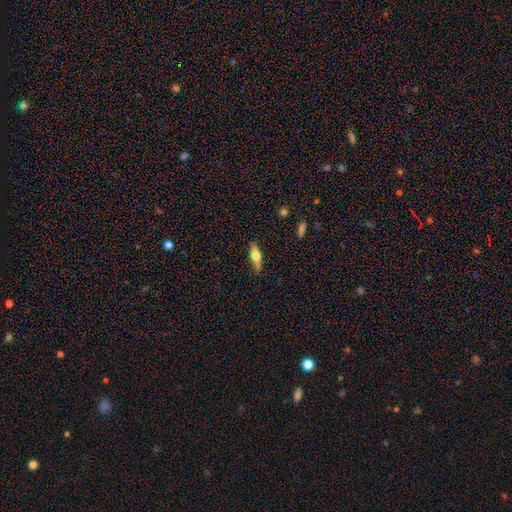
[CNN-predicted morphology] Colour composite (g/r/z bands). It shows a smooth galaxy with no disk features (51%) that is cigar-shaped (56%). Merging: none (87%).